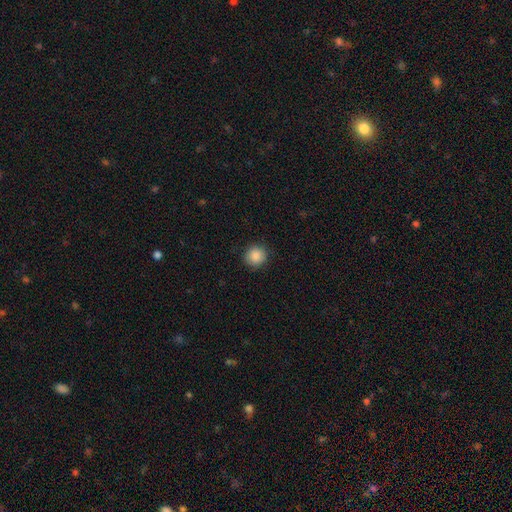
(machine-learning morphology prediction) A smooth galaxy with no disk features (88%) that is round (92%). Merging: none (90%).